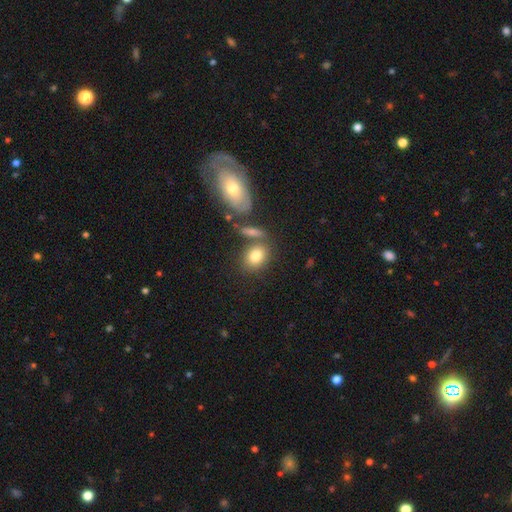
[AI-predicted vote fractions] A smooth galaxy with no disk features (78%) that is in between round and cigar-shaped (56%).

Vote fractions:
- Smooth or featured? smooth: 78% / featured or disk: 13% / star or artifact: 9%
- How rounded? in between: 56% / round: 41% / cigar-shaped: 2%
- Merging? none: 60% / merger: 21% / minor disturbance: 14% / major disturbance: 6%